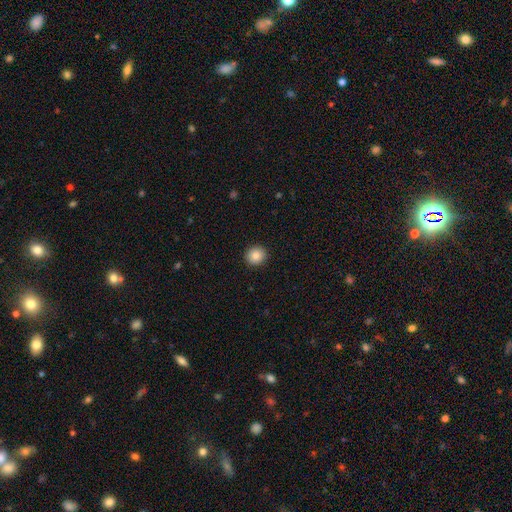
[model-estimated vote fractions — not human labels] A smooth galaxy with no disk features (86%) that is round (86%). Merging: none (92%).